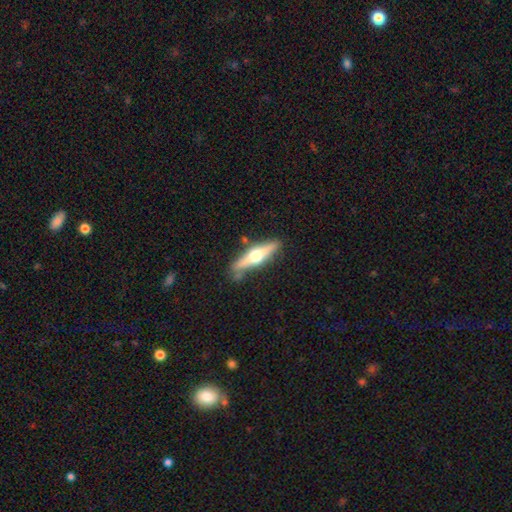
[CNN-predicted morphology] This is likely a featured or disk galaxy (68%). It is clearly viewed edge-on (96%). Edge-on bulge: clearly rounded (95%). Merging: clearly none (80%).